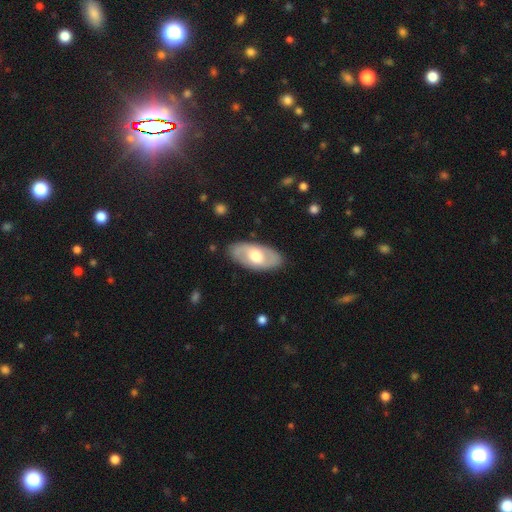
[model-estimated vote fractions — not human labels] This is possibly a featured or disk galaxy (55%). It is clearly not viewed edge-on (87%). Merging: clearly none (86%).